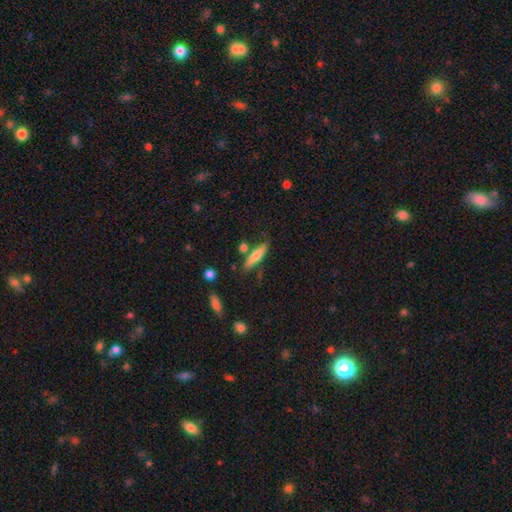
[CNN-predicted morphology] type=smooth (65%); roundness=cigar-shaped (79%); merging=none (72%).